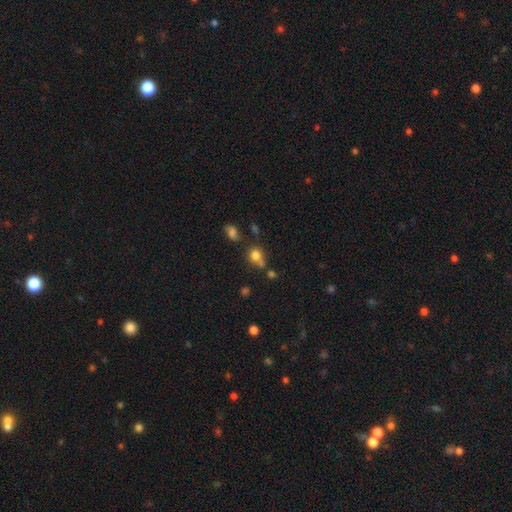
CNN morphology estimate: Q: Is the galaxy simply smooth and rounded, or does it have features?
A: smooth — 76%.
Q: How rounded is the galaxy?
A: round — 72%.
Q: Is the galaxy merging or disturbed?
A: none — 50%.